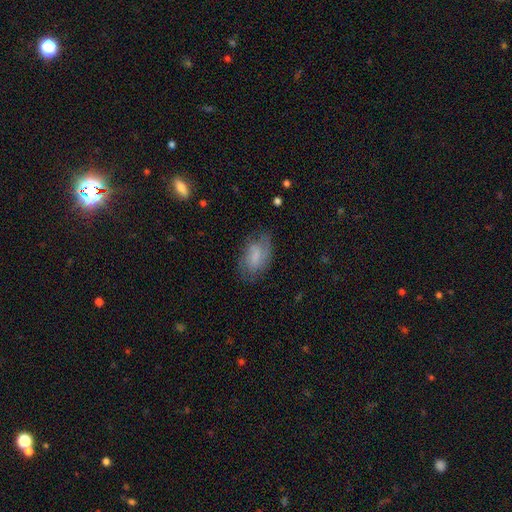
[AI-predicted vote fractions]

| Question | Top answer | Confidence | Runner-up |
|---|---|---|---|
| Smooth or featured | smooth | 47% | featured or disk (45%) |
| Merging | none | 69% | minor disturbance (21%) |